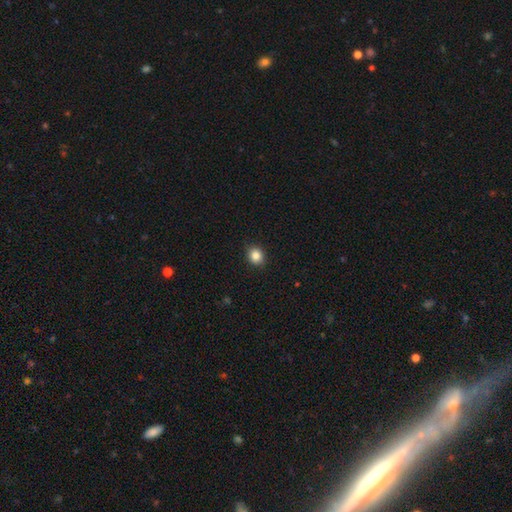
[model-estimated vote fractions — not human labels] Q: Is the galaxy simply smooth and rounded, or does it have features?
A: smooth — 85%.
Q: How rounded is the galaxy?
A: round — 71%.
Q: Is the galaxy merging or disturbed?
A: none — 90%.